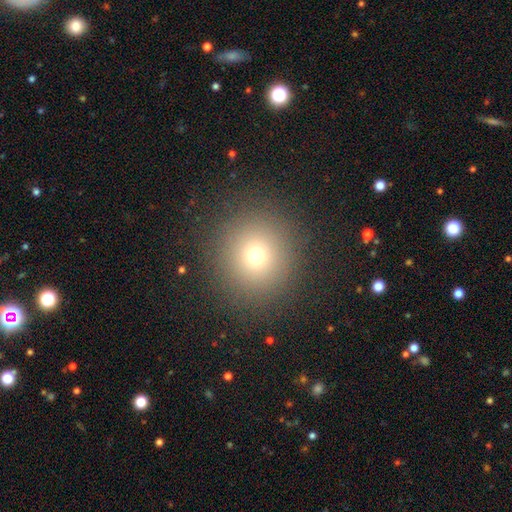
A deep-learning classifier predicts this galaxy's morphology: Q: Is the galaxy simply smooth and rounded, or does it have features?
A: smooth — 70%.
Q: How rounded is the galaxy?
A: round — 94%.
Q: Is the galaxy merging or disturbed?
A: none — 89%.